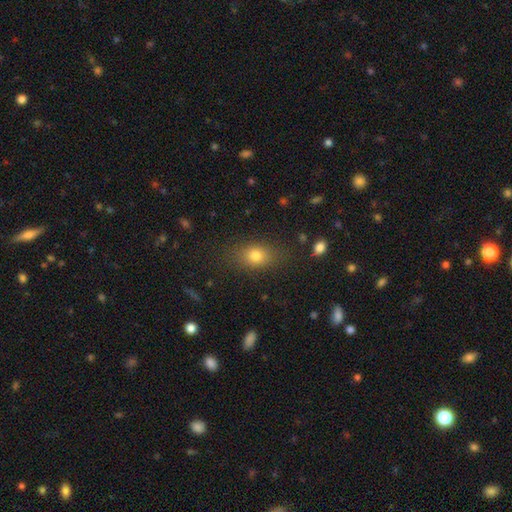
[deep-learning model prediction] Smooth or featured? Predicted: smooth (p=0.78). How rounded? Predicted: in between (p=0.67). Merging? Predicted: none (p=0.80).